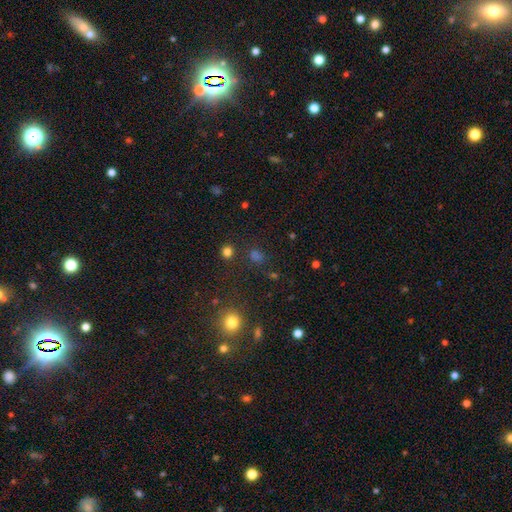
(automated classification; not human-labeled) Q: Smooth or featured?
A: smooth (55%); runner-up: star or artifact (38%)
Q: How rounded?
A: round (78%); runner-up: in between (21%)
Q: Merging?
A: none (81%); runner-up: minor disturbance (8%)